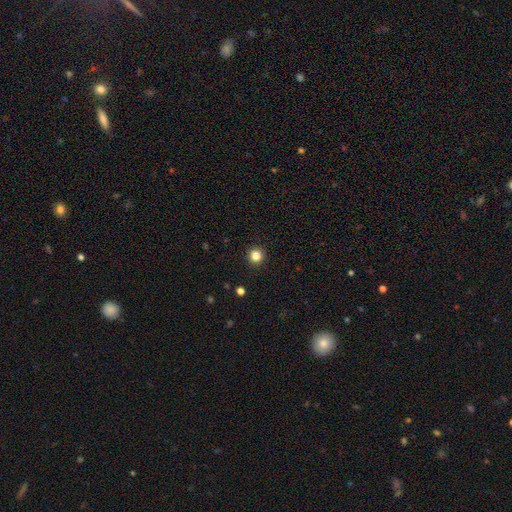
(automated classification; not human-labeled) Smooth or featured? smooth (84%)
How rounded? round (96%)
Merging? none (93%)